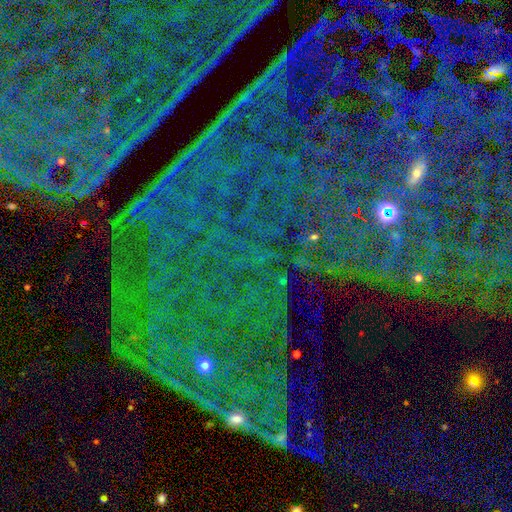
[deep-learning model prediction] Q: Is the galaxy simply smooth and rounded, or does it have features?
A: star or artifact — 82%.